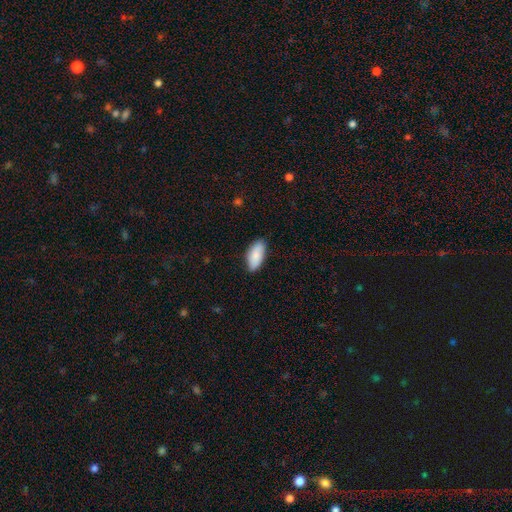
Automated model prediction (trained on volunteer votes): Smooth or featured? smooth (84%)
How rounded? in between (91%)
Merging? none (83%)